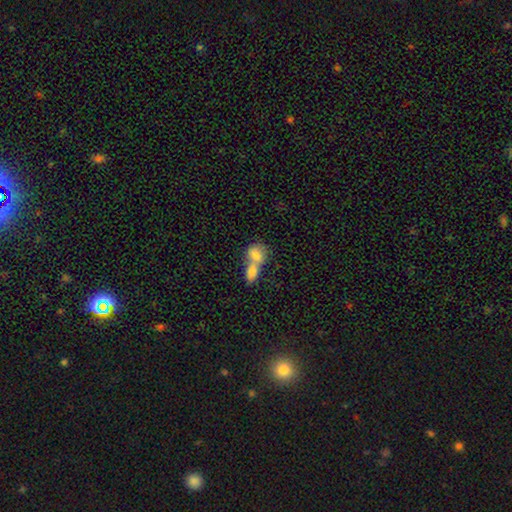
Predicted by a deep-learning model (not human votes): A smooth galaxy with no disk features (78%) that is in between round and cigar-shaped (68%). Merging: merger (76%).